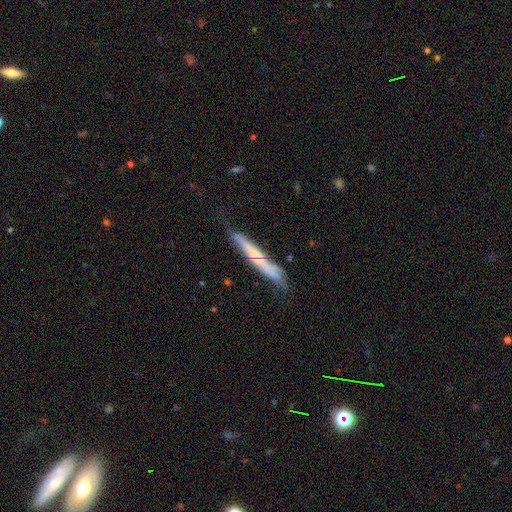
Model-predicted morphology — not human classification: Smooth or featured?
  - featured or disk: 50% *
  - smooth: 43%
  - star or artifact: 6%
Edge-on disk?
  - yes: 87% *
  - no: 13%
Merging?
  - none: 64% *
  - minor disturbance: 26%
  - major disturbance: 6%
  - merger: 4%